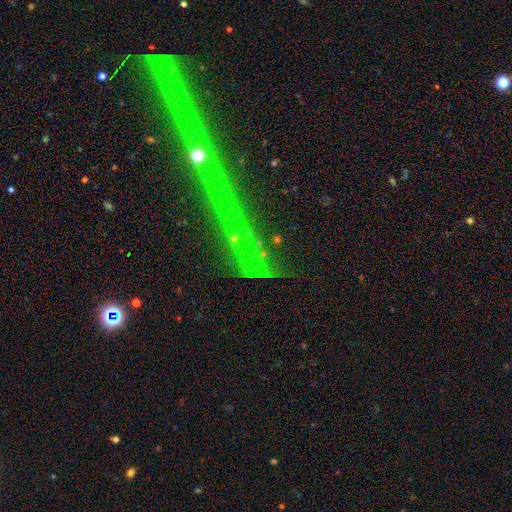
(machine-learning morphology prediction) The model was most divided on "smooth or featured": star or artifact: 62%, smooth: 19%, featured or disk: 18%.